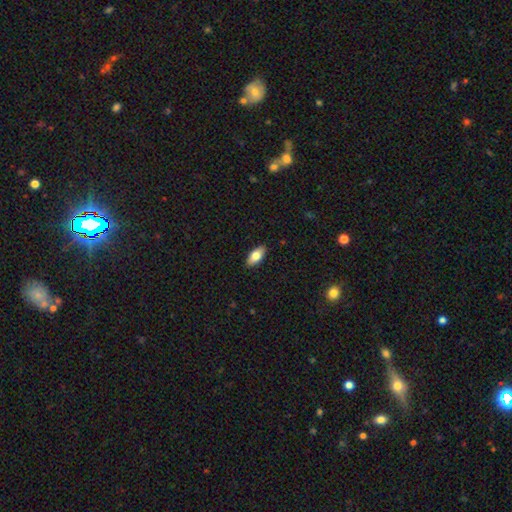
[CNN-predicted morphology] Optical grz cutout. It shows a smooth galaxy with no disk features (76%) that is in between round and cigar-shaped (89%). Merging: none (89%).